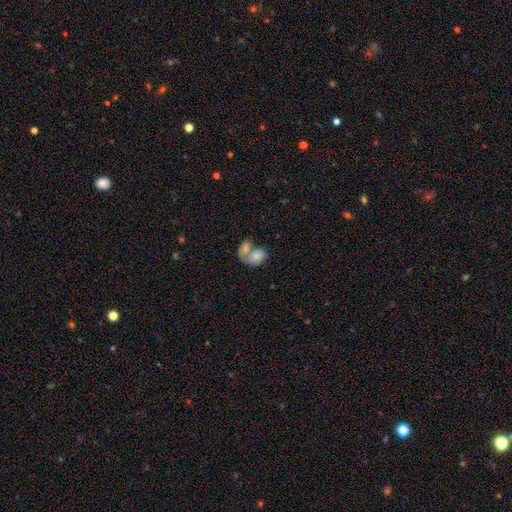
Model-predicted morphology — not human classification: Smooth or featured?
  - smooth: 75% *
  - featured or disk: 19%
  - star or artifact: 7%
How rounded?
  - in between: 68% *
  - round: 31%
  - cigar-shaped: 1%
Merging?
  - merger: 70% *
  - none: 16%
  - minor disturbance: 7%
  - major disturbance: 6%